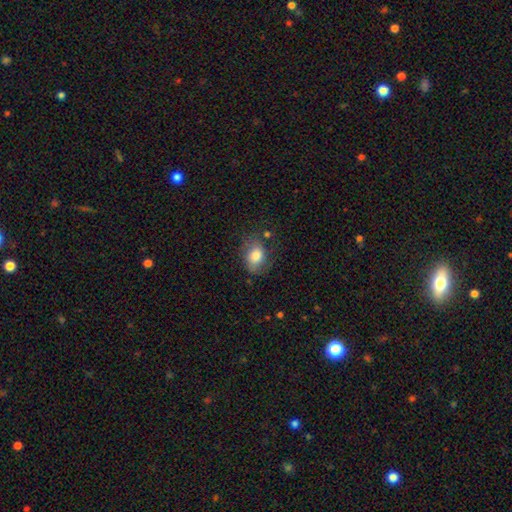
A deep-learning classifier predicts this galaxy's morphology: smooth 73%, featured or disk 19%, star or artifact 8%. Down the decision tree: how rounded — in between (71%); merging — none (56%).